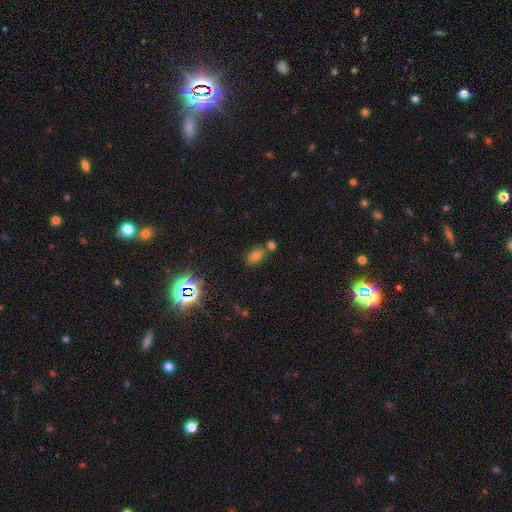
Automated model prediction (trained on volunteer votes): Morphology: type=smooth (68%); roundness=in between (84%); merging=none (63%).